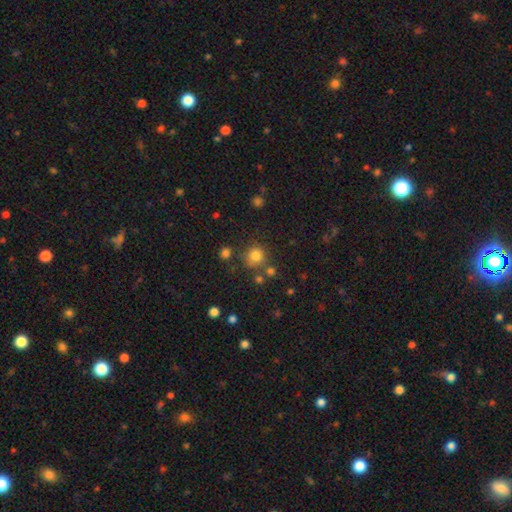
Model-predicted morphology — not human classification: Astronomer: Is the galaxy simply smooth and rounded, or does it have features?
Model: smooth — 79%.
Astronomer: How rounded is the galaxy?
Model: round — 91%.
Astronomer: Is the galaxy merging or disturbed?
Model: none — 74%.